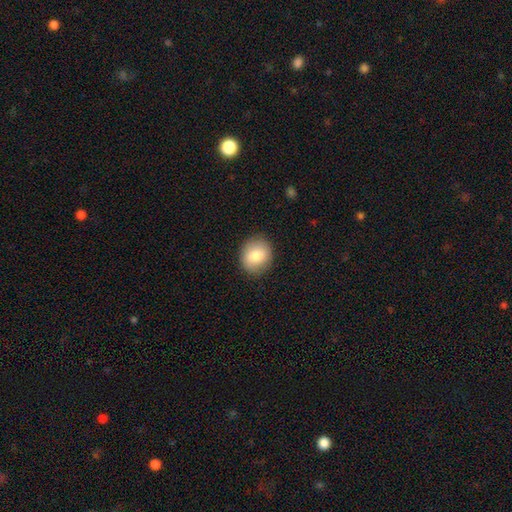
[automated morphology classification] Q: Smooth or featured?
A: smooth (80%); runner-up: featured or disk (12%)
Q: How rounded?
A: round (72%); runner-up: in between (27%)
Q: Merging?
A: none (88%); runner-up: minor disturbance (9%)